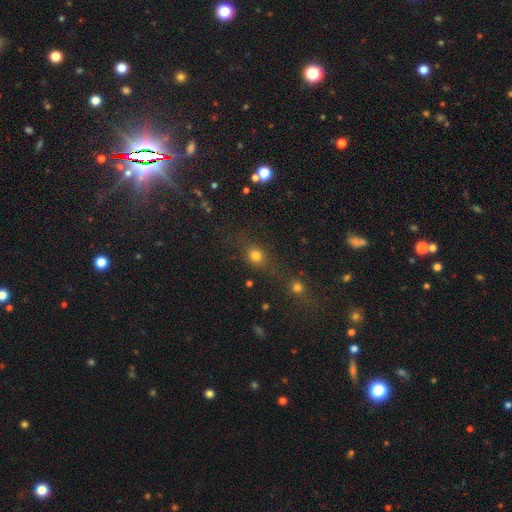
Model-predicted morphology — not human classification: smooth-or-featured: smooth: 74% | star or artifact: 17% | featured or disk: 9%
  how-rounded: round: 71% | in between: 26% | cigar-shaped: 4%
  merging: none: 58% | merger: 21% | minor disturbance: 12% | major disturbance: 9%